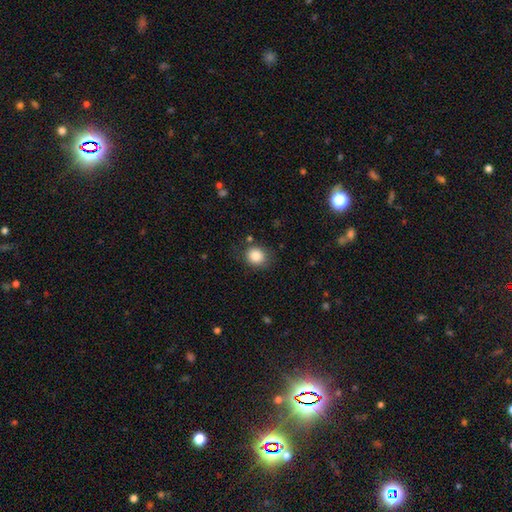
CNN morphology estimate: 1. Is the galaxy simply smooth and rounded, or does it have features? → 86% smooth, 10% star or artifact, 5% featured or disk.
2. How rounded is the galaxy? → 77% round, 23% in between, 1% cigar-shaped.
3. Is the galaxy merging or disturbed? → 79% none, 14% minor disturbance, 4% major disturbance, 3% merger.